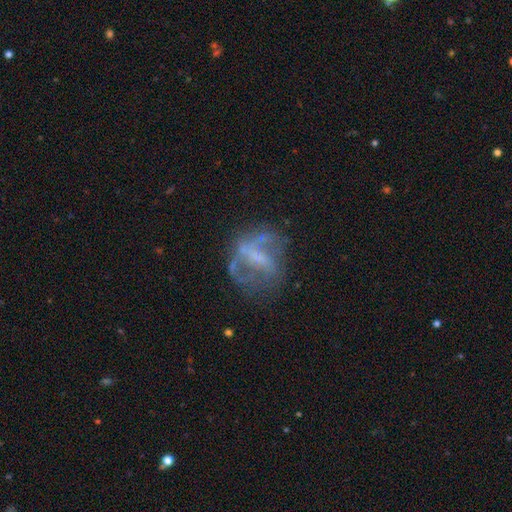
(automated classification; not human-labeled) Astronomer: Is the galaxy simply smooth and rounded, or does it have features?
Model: featured or disk — 67%.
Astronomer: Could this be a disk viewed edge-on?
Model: no — 96%.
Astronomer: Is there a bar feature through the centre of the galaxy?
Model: weak — 39% (runner-up: no, 37%).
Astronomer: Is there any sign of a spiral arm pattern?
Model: no — 55% (runner-up: yes, 45%).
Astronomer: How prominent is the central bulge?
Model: small — 44% (runner-up: none, 31%).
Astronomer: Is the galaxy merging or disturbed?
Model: none — 49% (runner-up: major disturbance, 26%).